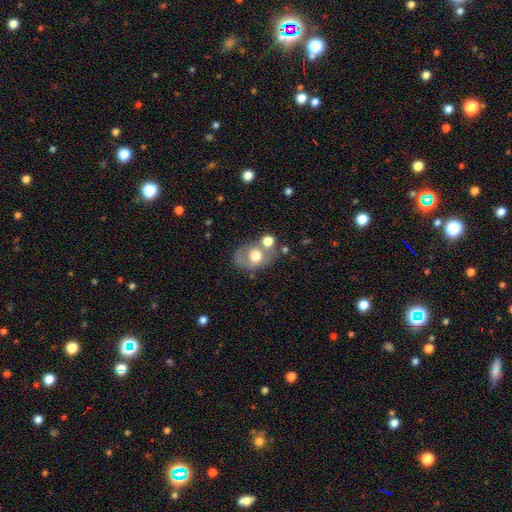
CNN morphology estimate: A smooth galaxy with no disk features (53%) that is in between round and cigar-shaped (63%).

Vote fractions:
- Smooth or featured? smooth: 53% / featured or disk: 37% / star or artifact: 10%
- How rounded? in between: 63% / round: 36% / cigar-shaped: 1%
- Merging? none: 49% / merger: 24% / minor disturbance: 18% / major disturbance: 10%